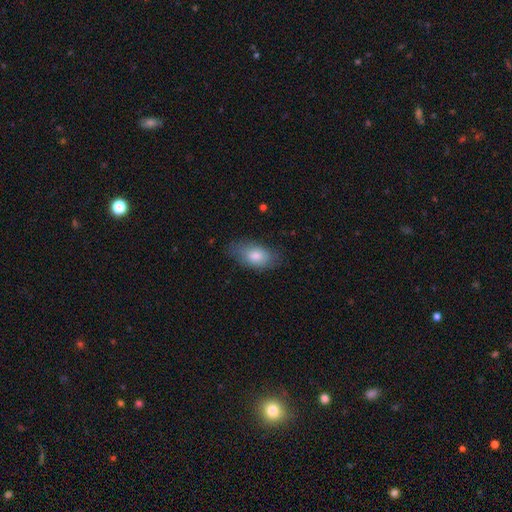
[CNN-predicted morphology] Smooth or featured? Predicted: smooth (p=0.80). How rounded? Predicted: in between (p=0.90). Merging? Predicted: none (p=0.68).